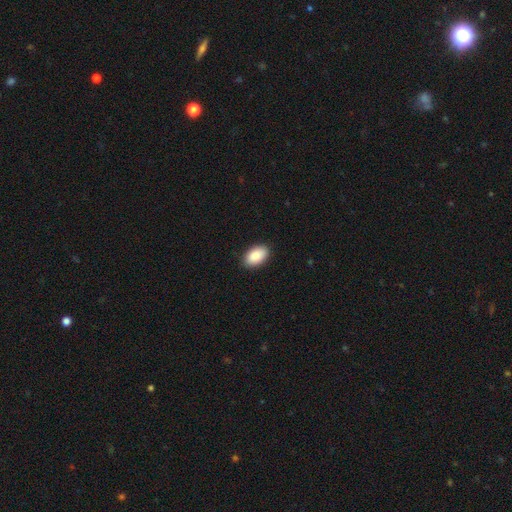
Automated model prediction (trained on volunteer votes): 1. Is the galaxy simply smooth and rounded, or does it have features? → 90% smooth, 6% star or artifact, 4% featured or disk.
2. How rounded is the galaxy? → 94% in between, 5% round, 1% cigar-shaped.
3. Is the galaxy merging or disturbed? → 89% none, 8% minor disturbance, 2% major disturbance, 1% merger.